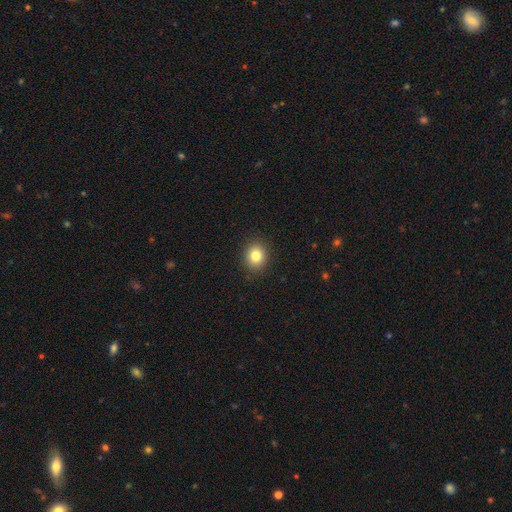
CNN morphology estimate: A smooth galaxy with no disk features (81%) that is round (76%).

Vote fractions:
- Smooth or featured? smooth: 81% / star or artifact: 11% / featured or disk: 8%
- How rounded? round: 76% / in between: 23% / cigar-shaped: 1%
- Merging? none: 90% / minor disturbance: 7% / major disturbance: 2% / merger: 1%